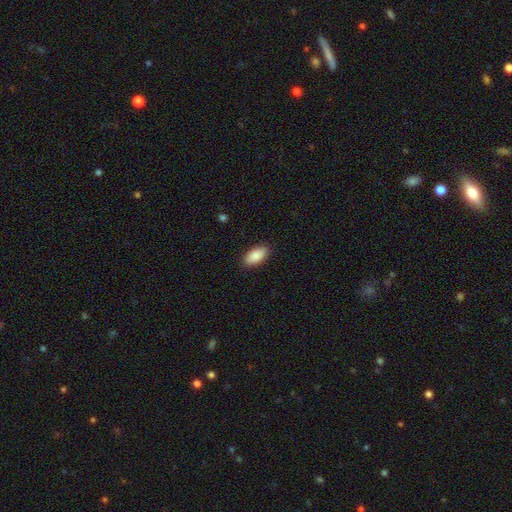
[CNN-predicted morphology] type=smooth (89%); roundness=in between (93%); merging=none (89%).